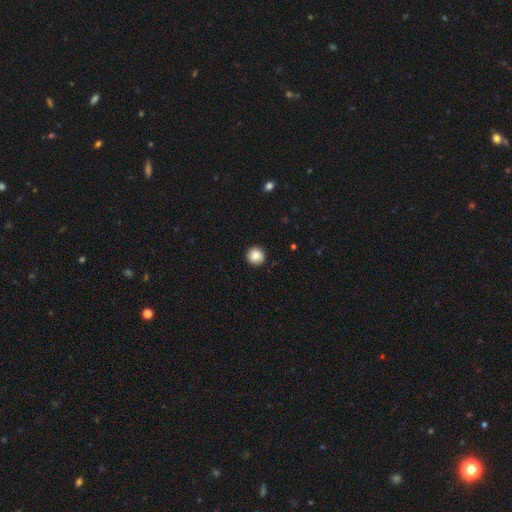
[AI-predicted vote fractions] Overall: smooth (84%). How rounded: round (93%). Merging: none (89%).